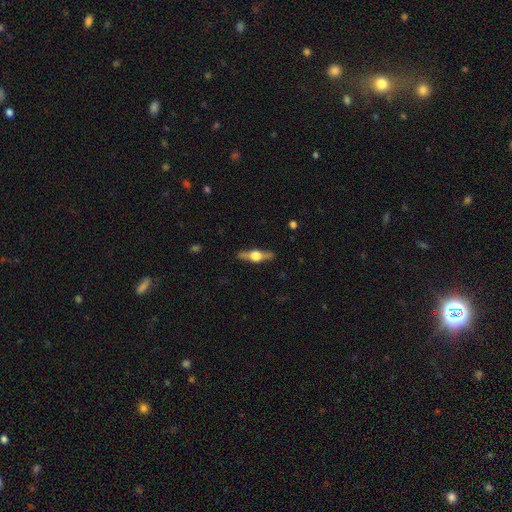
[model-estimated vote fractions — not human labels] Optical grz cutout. It shows a featured or disk galaxy (72%) viewed edge-on (96%) with a rounded central bulge (94%). Merging: none (88%).